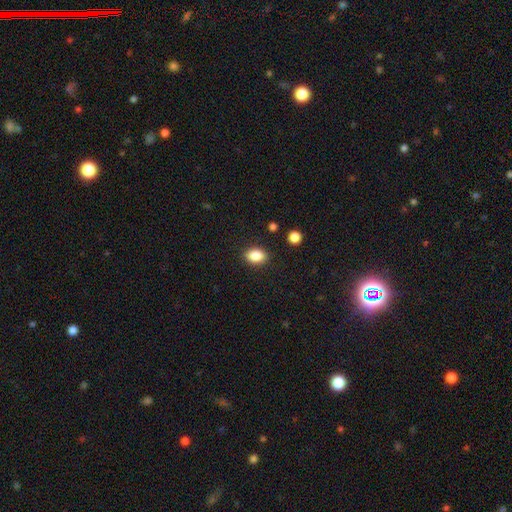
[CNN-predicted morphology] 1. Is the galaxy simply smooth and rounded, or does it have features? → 87% smooth, 9% star or artifact, 5% featured or disk.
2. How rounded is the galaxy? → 80% in between, 19% round, 1% cigar-shaped.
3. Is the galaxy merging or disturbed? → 87% none, 8% minor disturbance, 2% major disturbance, 2% merger.